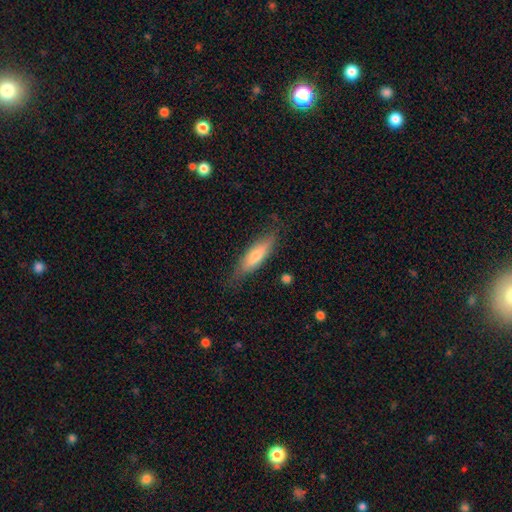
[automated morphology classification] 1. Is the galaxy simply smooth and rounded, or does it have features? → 56% smooth, 37% featured or disk, 7% star or artifact.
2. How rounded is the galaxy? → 72% cigar-shaped, 27% in between, 2% round.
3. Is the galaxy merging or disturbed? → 80% none, 15% minor disturbance, 3% major disturbance, 1% merger.